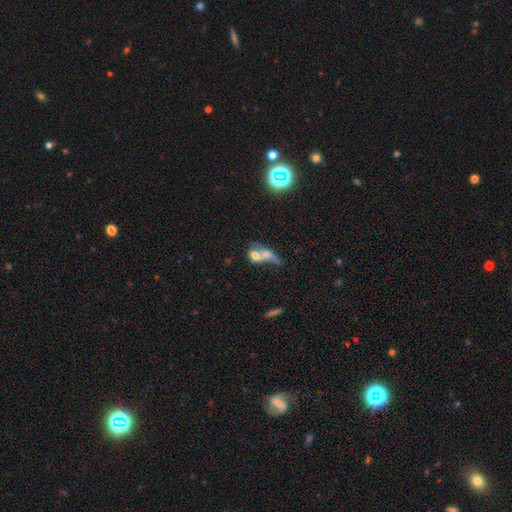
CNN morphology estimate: Smooth or featured? Predicted: smooth (p=0.57). How rounded? Predicted: in between (p=0.57). Merging? Predicted: merger (p=0.74).